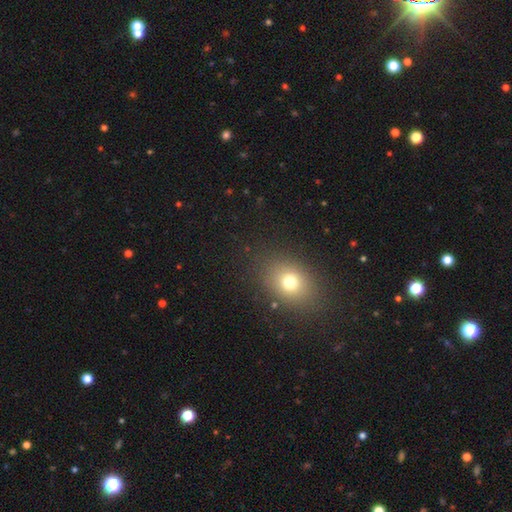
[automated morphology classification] type=smooth (68%); roundness=in between (56%); merging=none (89%).